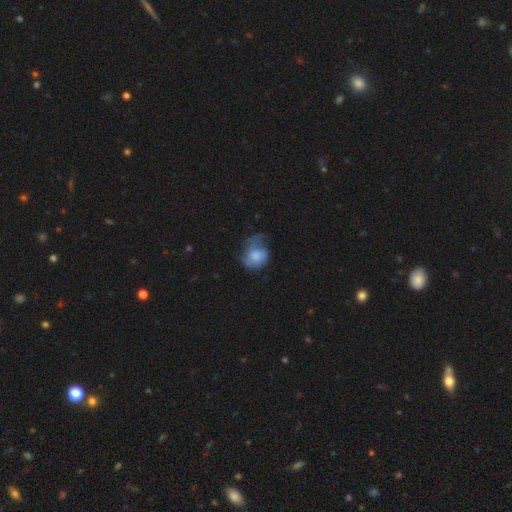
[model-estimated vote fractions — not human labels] A smooth galaxy with no disk features (65%) that is round (57%). Merging: major disturbance (36%).